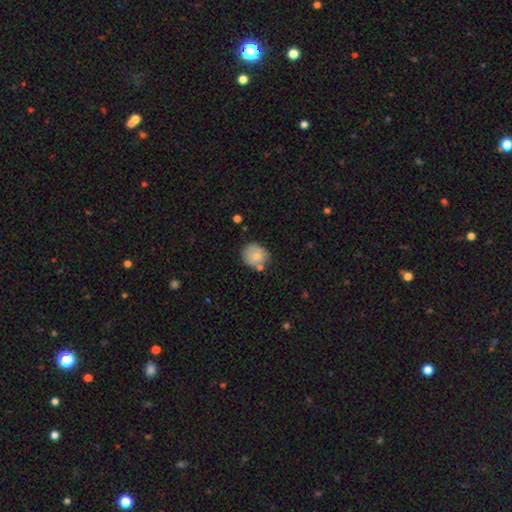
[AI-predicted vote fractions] Smooth or featured? smooth (76%)
How rounded? round (74%)
Merging? none (67%)